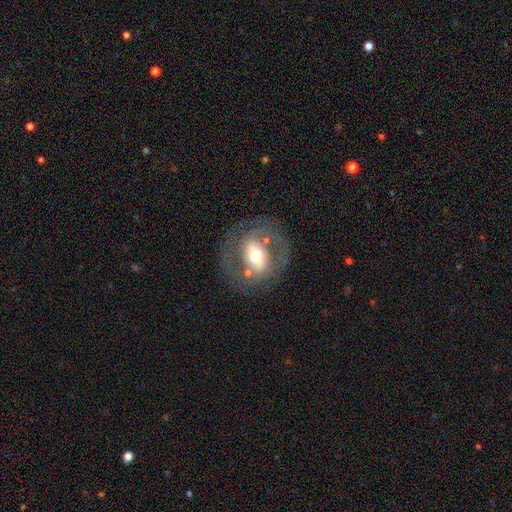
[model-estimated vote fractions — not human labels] featured or disk 69%, smooth 24%, star or artifact 7%. Down the decision tree: edge-on disk — no (93%); bar — strong (41%); spiral arms — no (52%); bulge size — moderate (65%); merging — none (70%).